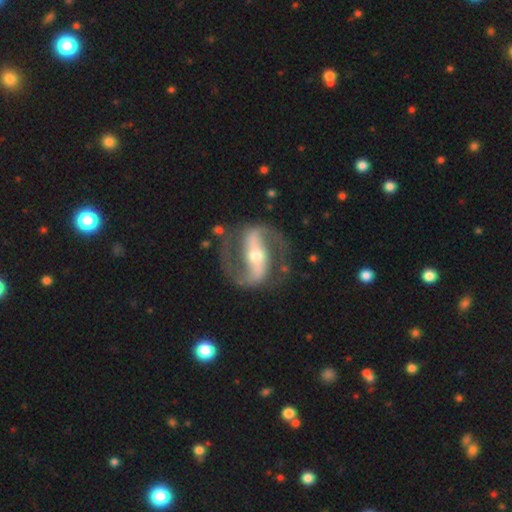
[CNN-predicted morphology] The model was most divided on "bulge size": moderate: 51%, small: 44%, large: 3%, dominant: 1%, none: 1%. More confident: spiral arms — yes (95%); edge-on disk — no (95%); spiral arm count — 2 (93%); smooth or featured — featured or disk (91%); merging — none (81%); bar — strong (71%); spiral winding — medium (55%).